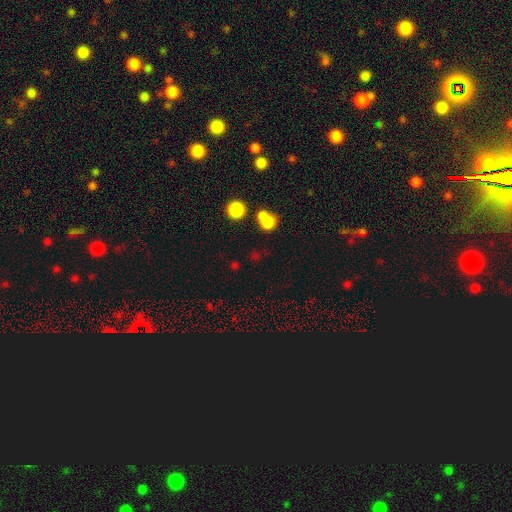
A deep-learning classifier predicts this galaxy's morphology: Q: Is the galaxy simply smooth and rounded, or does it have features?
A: smooth — 68%.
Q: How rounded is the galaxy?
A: round — 80%.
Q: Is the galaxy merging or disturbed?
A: none — 54%.